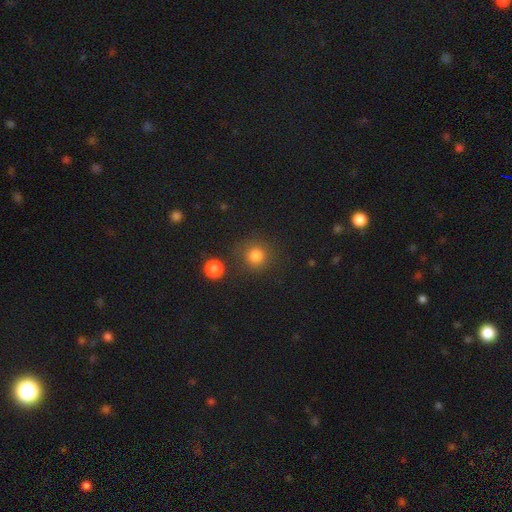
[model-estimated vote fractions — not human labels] Smooth or featured? Predicted: smooth (p=0.82). How rounded? Predicted: round (p=0.91). Merging? Predicted: none (p=0.81).